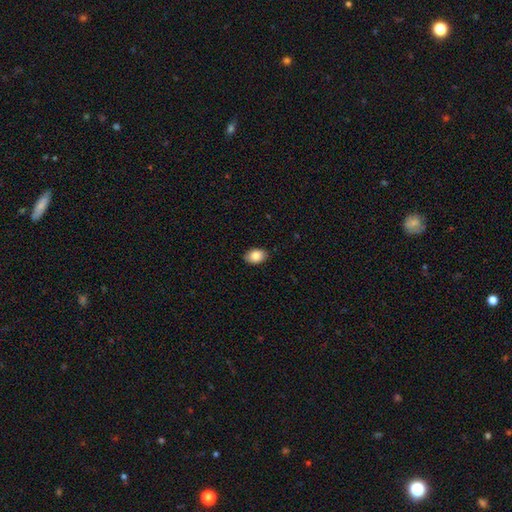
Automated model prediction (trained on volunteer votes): smooth 85%, featured or disk 8%, star or artifact 7%. Down the decision tree: how rounded — in between (85%); merging — none (87%).